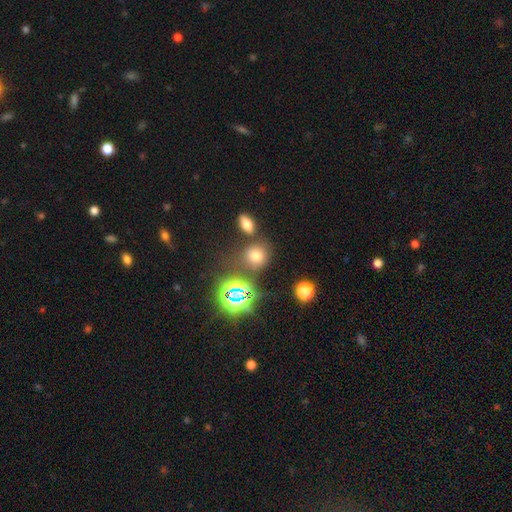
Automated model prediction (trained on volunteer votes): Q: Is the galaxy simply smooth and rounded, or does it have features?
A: smooth — 62%.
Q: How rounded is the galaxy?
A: round — 73%.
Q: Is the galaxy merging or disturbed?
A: none — 72%.